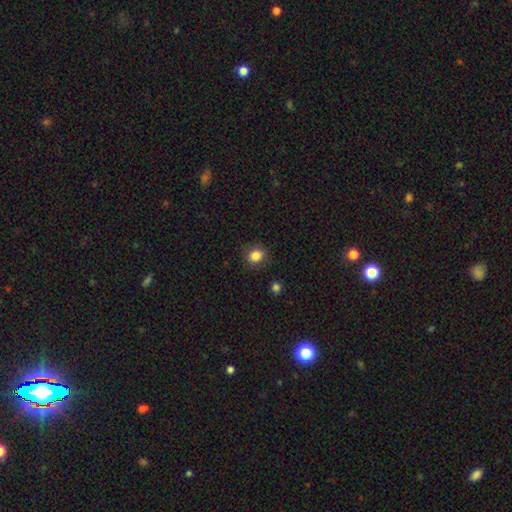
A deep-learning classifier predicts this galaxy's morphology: Smooth or featured?
  - smooth: 84% *
  - star or artifact: 11%
  - featured or disk: 5%
How rounded?
  - round: 74% *
  - in between: 25%
  - cigar-shaped: 1%
Merging?
  - none: 87% *
  - minor disturbance: 9%
  - major disturbance: 3%
  - merger: 1%